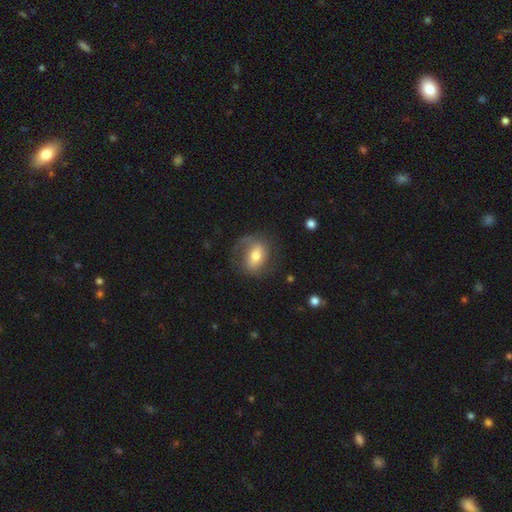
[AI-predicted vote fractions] smooth_or_featured: smooth (p=0.51) [alt: featured or disk p=0.41]
how_rounded: in between (p=0.70) [alt: round p=0.28]
merging: none (p=0.60) [alt: minor disturbance p=0.22]